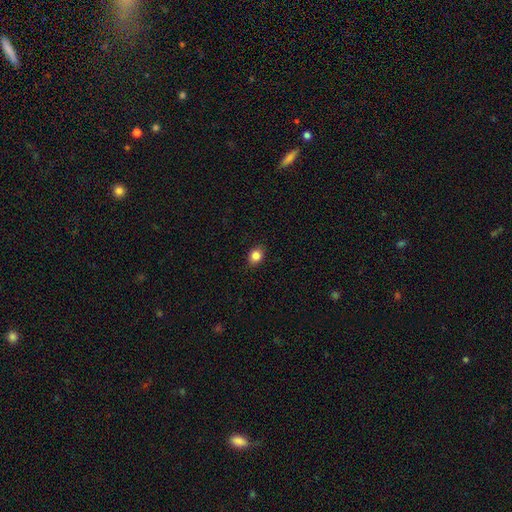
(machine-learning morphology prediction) Smooth or featured? Predicted: smooth (p=0.84). How rounded? Predicted: in between (p=0.53). Merging? Predicted: none (p=0.88).